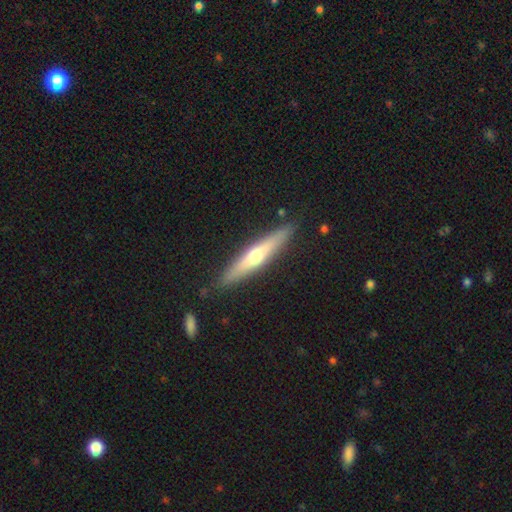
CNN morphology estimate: A featured or disk galaxy (55%) viewed edge-on (94%) with a rounded central bulge (84%).

Vote fractions:
- Smooth or featured? featured or disk: 55% / smooth: 39% / star or artifact: 5%
- Edge-on disk? yes: 94% / no: 6%
- Edge-on bulge? rounded: 84% / none: 12% / boxy: 4%
- Merging? none: 88% / minor disturbance: 9% / major disturbance: 2% / merger: 2%